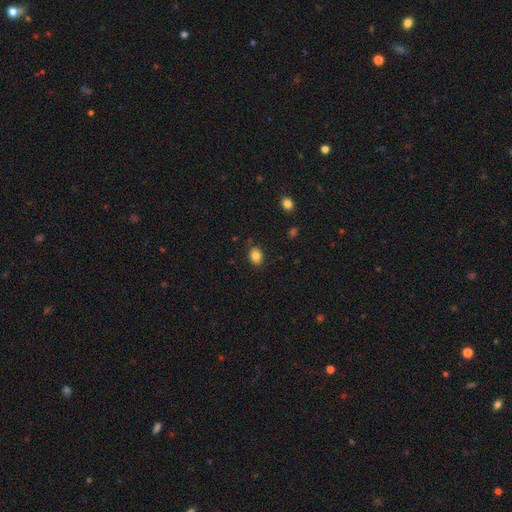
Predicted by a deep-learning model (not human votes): A smooth galaxy with no disk features (84%) that is in between round and cigar-shaped (59%).

Vote fractions:
- Smooth or featured? smooth: 84% / star or artifact: 10% / featured or disk: 6%
- How rounded? in between: 59% / round: 40% / cigar-shaped: 1%
- Merging? none: 84% / minor disturbance: 11% / major disturbance: 3% / merger: 2%